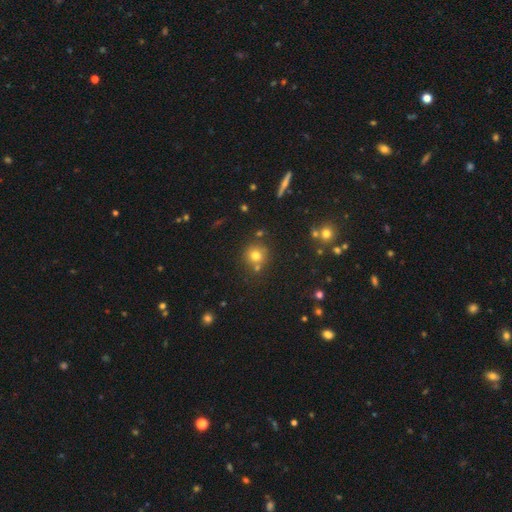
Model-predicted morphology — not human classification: This appears to be a smooth galaxy with no disk features (73%) that is round (91%). Merging: none (71%).